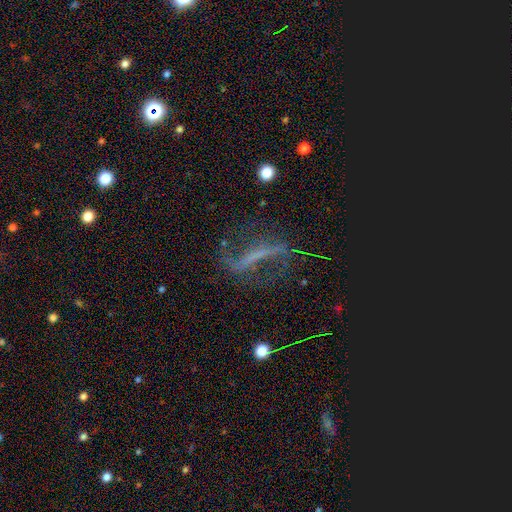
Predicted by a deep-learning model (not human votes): The model was most divided on "merging": none: 61%, major disturbance: 18%, minor disturbance: 17%, merger: 3%. More confident: edge-on disk — no (75%); smooth or featured — featured or disk (66%).